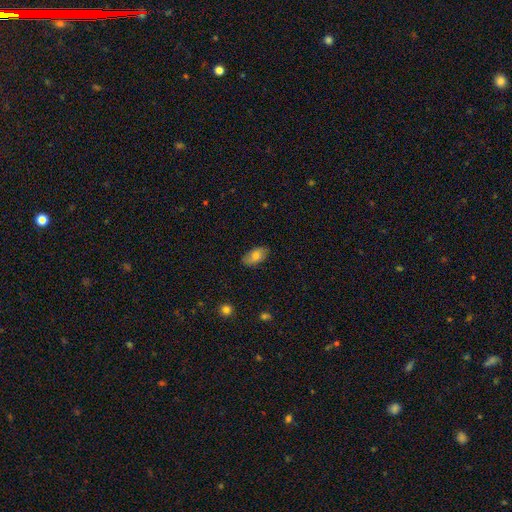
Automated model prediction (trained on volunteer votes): smooth 75%, featured or disk 17%, star or artifact 8%. Down the decision tree: how rounded — in between (92%); merging — none (83%).